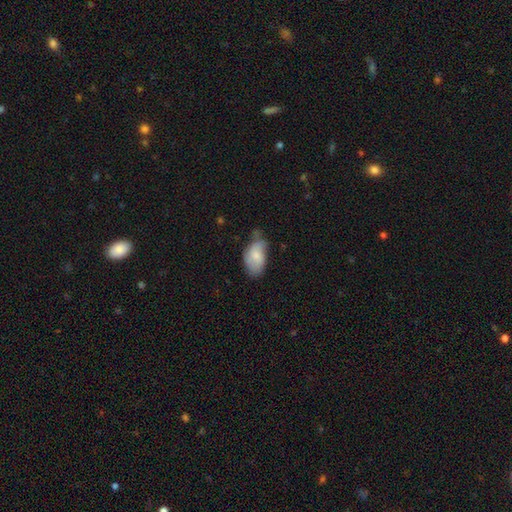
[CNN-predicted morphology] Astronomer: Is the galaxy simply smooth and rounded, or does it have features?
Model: smooth — 71%.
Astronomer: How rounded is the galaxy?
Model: in between — 92%.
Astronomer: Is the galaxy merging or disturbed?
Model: minor disturbance — 43% (runner-up: none, 38%).